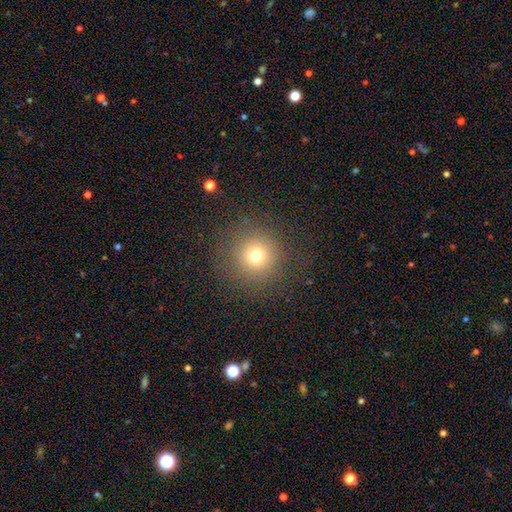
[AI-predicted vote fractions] smooth 72%, star or artifact 18%, featured or disk 10%. Down the decision tree: how rounded — round (95%); merging — none (87%).